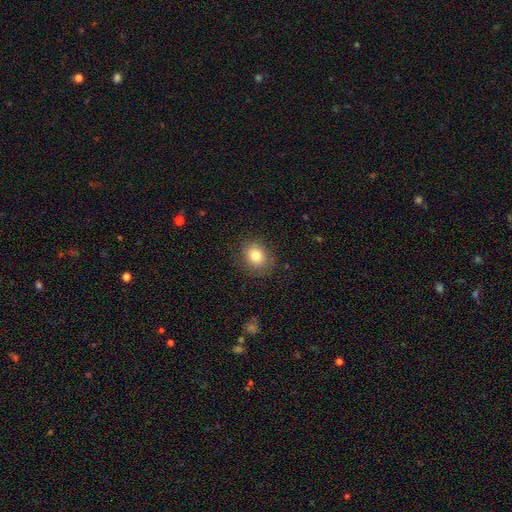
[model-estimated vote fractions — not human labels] This is clearly a smooth galaxy (80%). How rounded: likely round (64%). Merging: clearly none (85%).